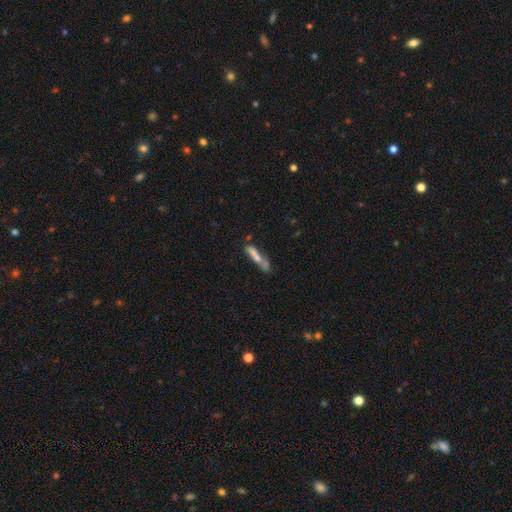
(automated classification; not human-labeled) smooth-or-featured: smooth: 55% | featured or disk: 35% | star or artifact: 10%
  how-rounded: cigar-shaped: 74% | in between: 23% | round: 3%
  merging: none: 37% | merger: 35% | minor disturbance: 17% | major disturbance: 12%